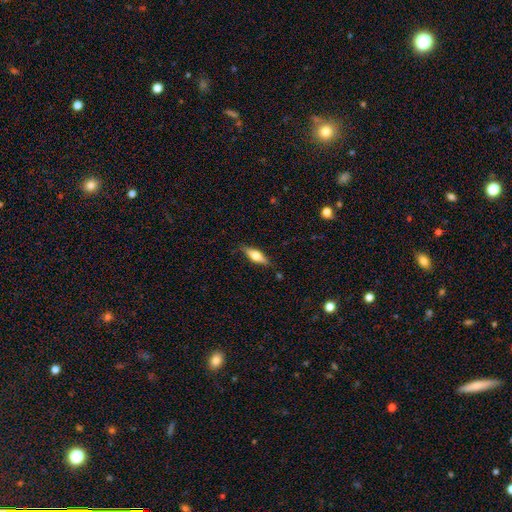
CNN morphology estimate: This appears to be a smooth galaxy with no disk features (48%). Merging: none (80%).